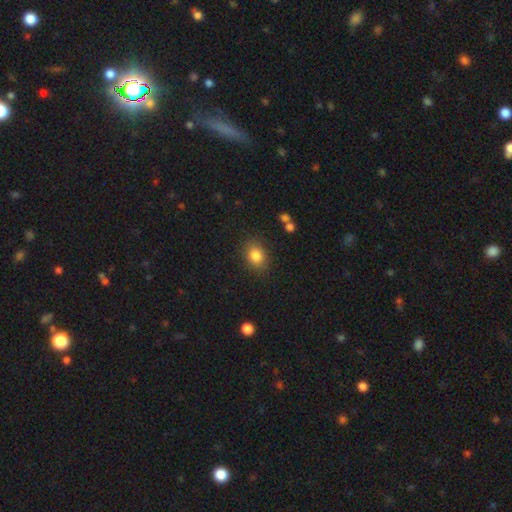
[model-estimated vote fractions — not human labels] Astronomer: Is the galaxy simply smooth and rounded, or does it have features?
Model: smooth — 84%.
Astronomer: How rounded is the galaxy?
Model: in between — 61% (runner-up: round, 38%).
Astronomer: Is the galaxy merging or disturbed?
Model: none — 82%.